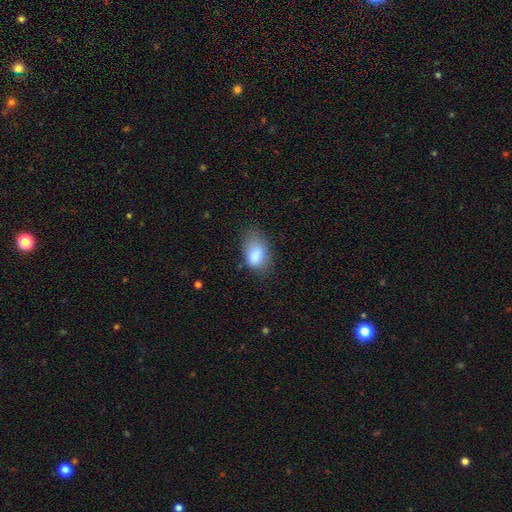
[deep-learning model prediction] The model was most divided on "merging": none: 49%, minor disturbance: 34%, major disturbance: 14%, merger: 2%. More confident: how rounded — in between (88%); smooth or featured — smooth (83%).